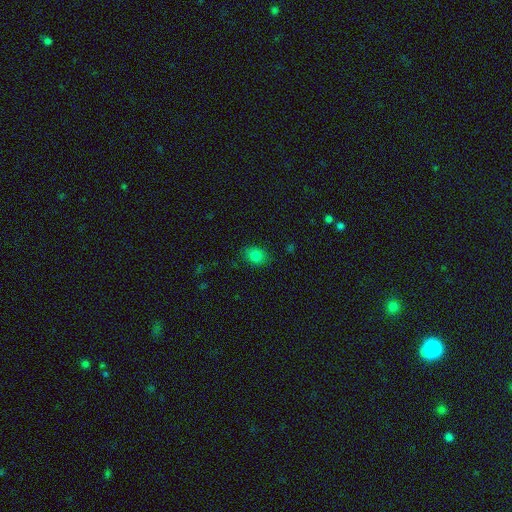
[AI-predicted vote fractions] Smooth or featured: smooth — 80% (star or artifact — 13%)
How rounded: in between — 57% (round — 42%)
Merging: none — 83% (minor disturbance — 13%)